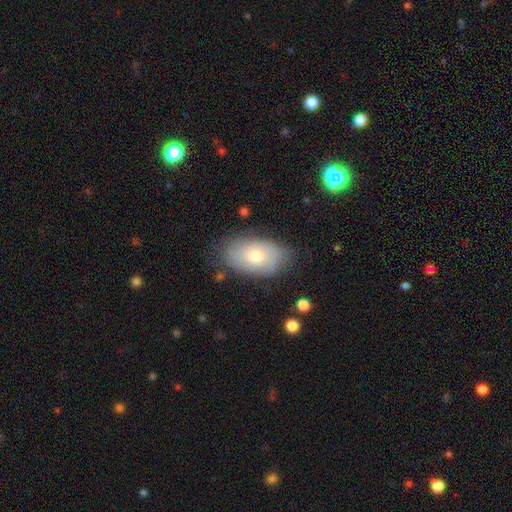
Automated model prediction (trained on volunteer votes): smooth 63%, featured or disk 30%, star or artifact 7%. Down the decision tree: how rounded — in between (93%); merging — none (76%).